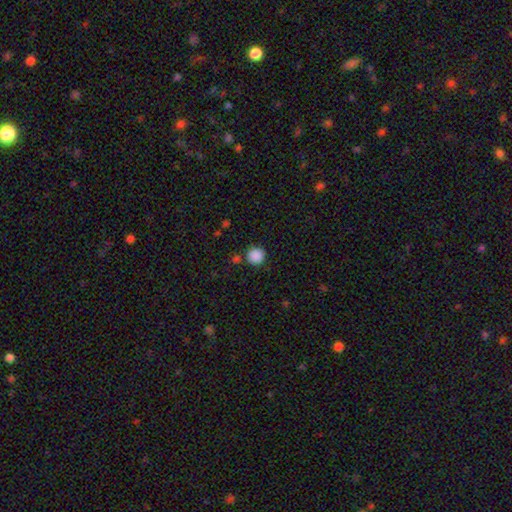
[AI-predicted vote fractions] The model was most divided on "merging": none: 85%, minor disturbance: 8%, merger: 5%, major disturbance: 3%. More confident: how rounded — round (94%); smooth or featured — smooth (88%).